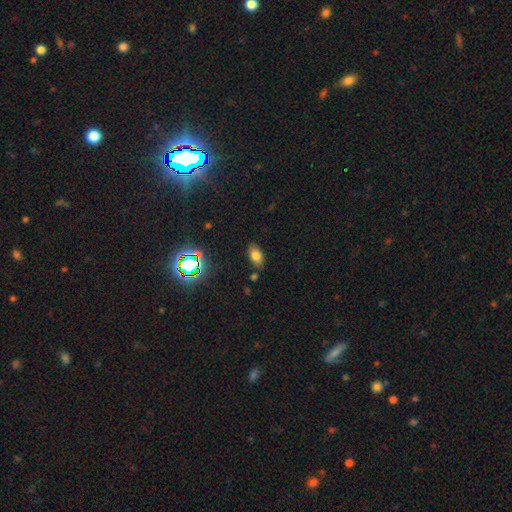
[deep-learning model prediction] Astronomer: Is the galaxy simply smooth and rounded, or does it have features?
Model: smooth — 74%.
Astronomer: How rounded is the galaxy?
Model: in between — 89%.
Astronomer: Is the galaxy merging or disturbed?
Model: none — 82%.